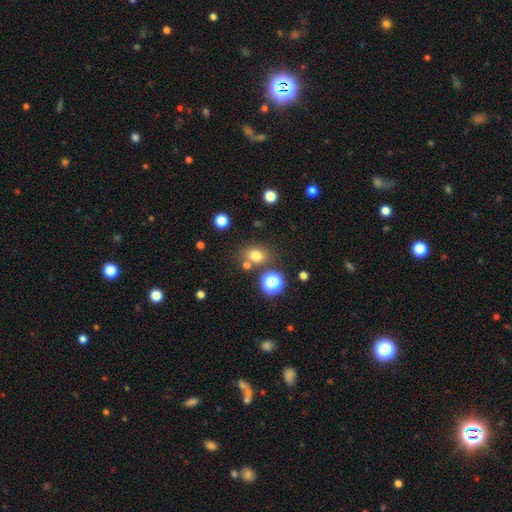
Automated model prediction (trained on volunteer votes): smooth 76%, star or artifact 16%, featured or disk 8%. Down the decision tree: how rounded — in between (52%); merging — none (72%).